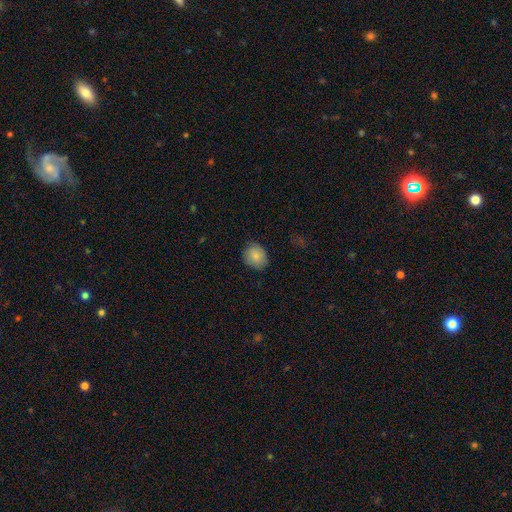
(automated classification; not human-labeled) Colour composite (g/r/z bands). It shows a smooth galaxy with no disk features (85%) that is round (67%). Merging: none (81%).